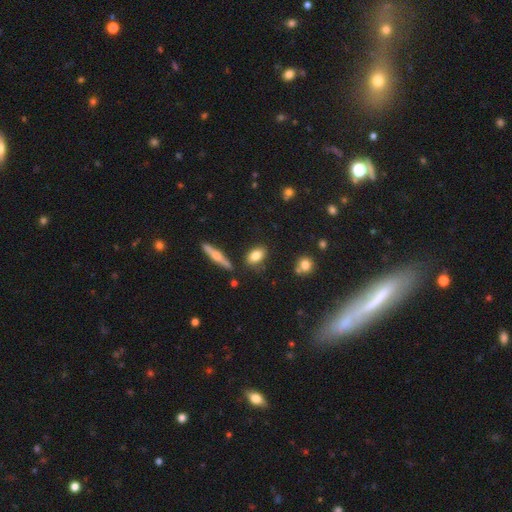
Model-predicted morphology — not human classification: smooth-or-featured: smooth: 77% | featured or disk: 15% | star or artifact: 8%
  how-rounded: in between: 83% | round: 10% | cigar-shaped: 7%
  merging: none: 81% | minor disturbance: 11% | merger: 5% | major disturbance: 3%